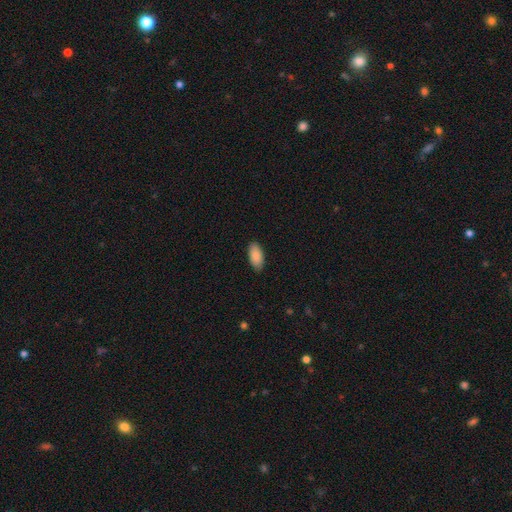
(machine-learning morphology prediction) Smooth or featured? smooth (90%)
How rounded? in between (92%)
Merging? none (88%)